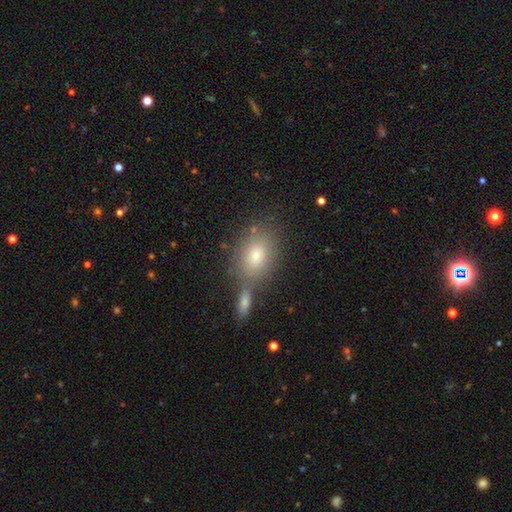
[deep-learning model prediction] Overall: smooth (76%). How rounded: in between (74%). Merging: none (61%; merger 24%).